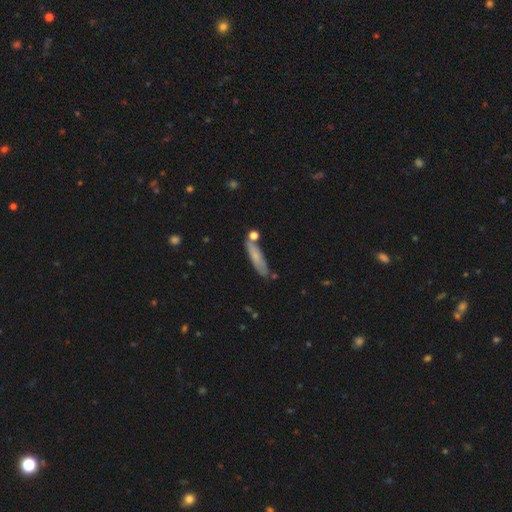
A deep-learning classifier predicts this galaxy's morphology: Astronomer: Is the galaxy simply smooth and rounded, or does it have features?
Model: smooth — 67%.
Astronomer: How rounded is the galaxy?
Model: cigar-shaped — 76%.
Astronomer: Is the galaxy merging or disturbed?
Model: none — 71%.